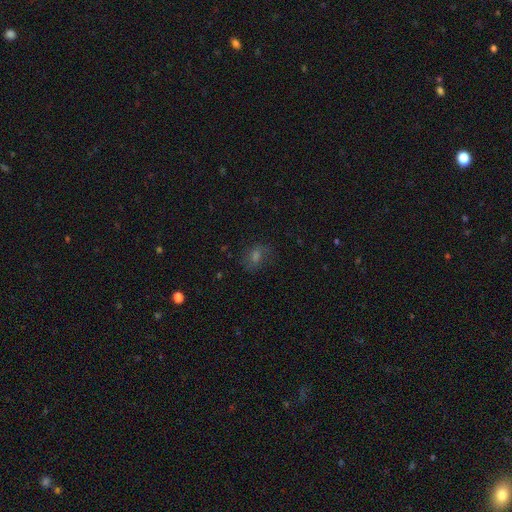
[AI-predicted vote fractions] Smooth or featured?
  - smooth: 45% *
  - star or artifact: 30%
  - featured or disk: 25%
Merging?
  - none: 72% *
  - minor disturbance: 17%
  - major disturbance: 9%
  - merger: 2%